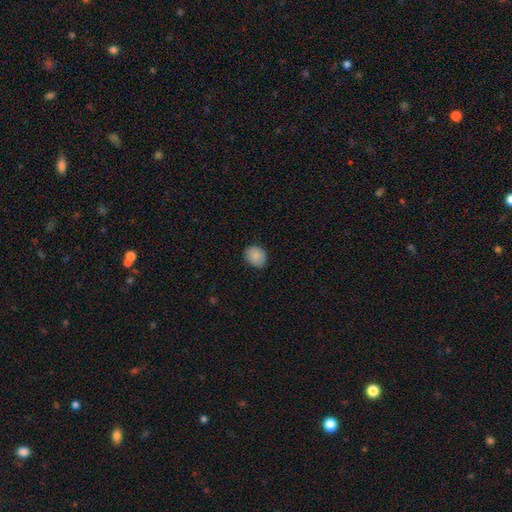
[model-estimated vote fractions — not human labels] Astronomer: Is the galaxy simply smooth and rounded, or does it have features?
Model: smooth — 87%.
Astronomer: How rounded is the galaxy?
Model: round — 54% (runner-up: in between, 45%).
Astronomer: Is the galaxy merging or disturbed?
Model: none — 81%.